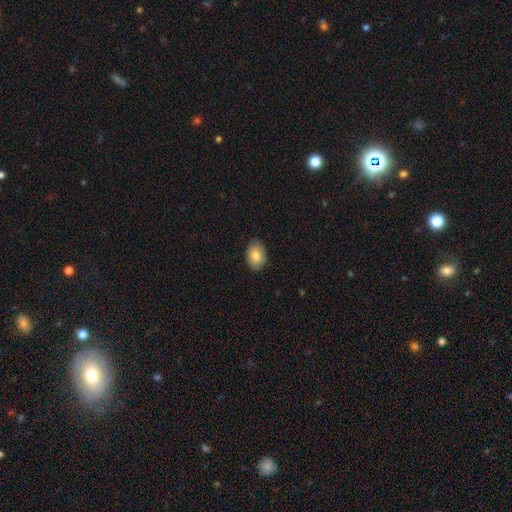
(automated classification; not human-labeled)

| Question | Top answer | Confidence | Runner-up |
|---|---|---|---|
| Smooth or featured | smooth | 84% | featured or disk (9%) |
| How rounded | in between | 84% | round (15%) |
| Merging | none | 87% | minor disturbance (10%) |